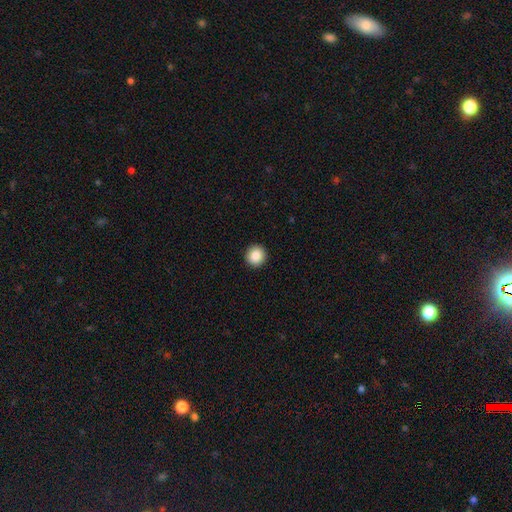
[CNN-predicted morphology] Smooth or featured? Predicted: smooth (p=0.88). How rounded? Predicted: round (p=0.94). Merging? Predicted: none (p=0.93).